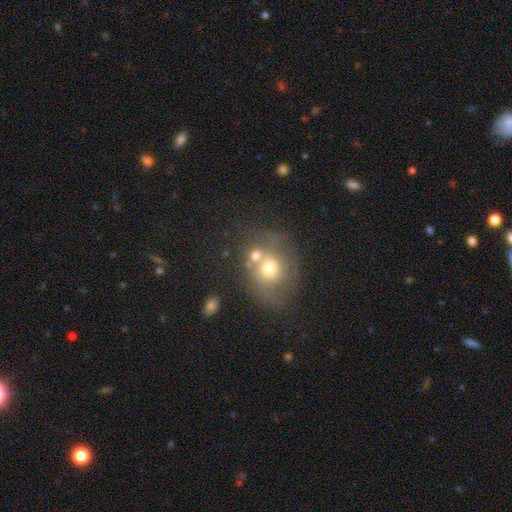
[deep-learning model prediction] A smooth galaxy with no disk features (60%) that is round (66%). Merging: merger (39%).